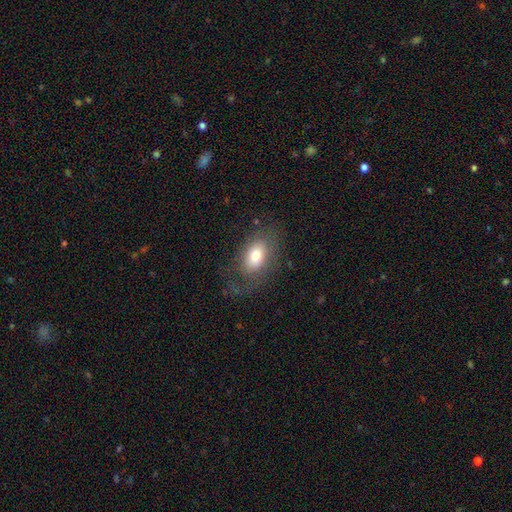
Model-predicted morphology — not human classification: Smooth or featured: smooth — 68% (featured or disk — 23%)
How rounded: in between — 86% (round — 12%)
Merging: none — 63% (minor disturbance — 19%)